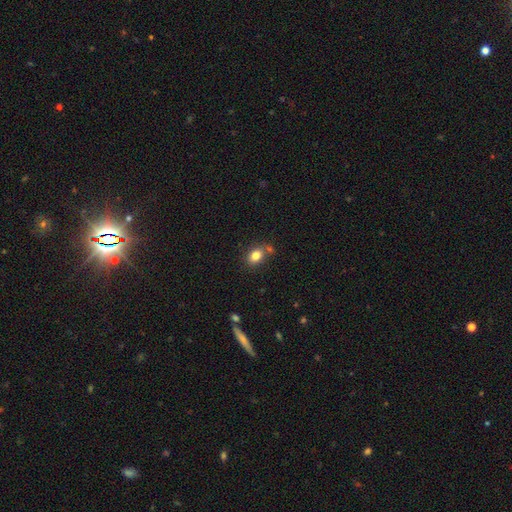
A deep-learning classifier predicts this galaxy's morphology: This appears to be a smooth galaxy with no disk features (82%) that is in between round and cigar-shaped (69%). Merging: none (70%).